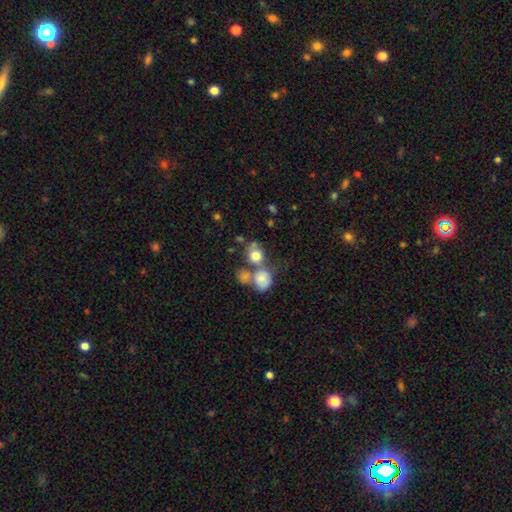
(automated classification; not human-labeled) Smooth or featured?
  - smooth: 74% *
  - featured or disk: 15%
  - star or artifact: 11%
How rounded?
  - round: 72% *
  - in between: 27%
  - cigar-shaped: 1%
Merging?
  - merger: 46% *
  - none: 35%
  - minor disturbance: 11%
  - major disturbance: 8%